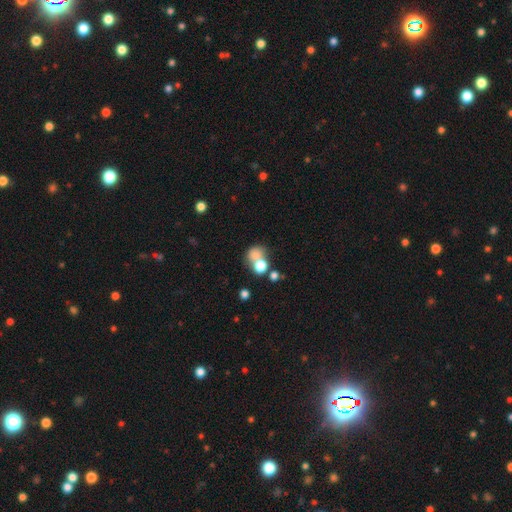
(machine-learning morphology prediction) Overall: smooth (71%). How rounded: round (63%; in between 36%). Merging: merger (49%; none 31%).